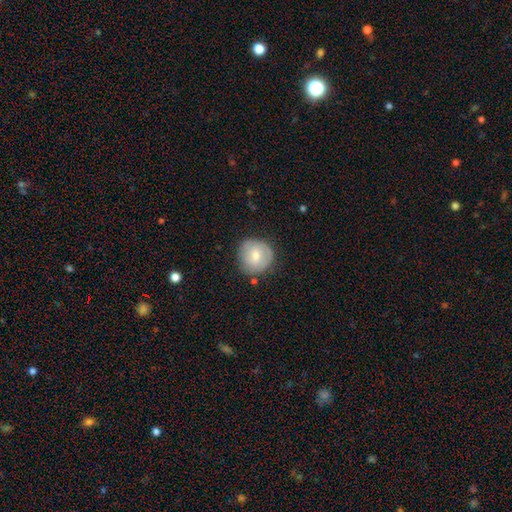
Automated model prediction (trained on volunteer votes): Smooth or featured?
  - smooth: 60% *
  - featured or disk: 32%
  - star or artifact: 7%
How rounded?
  - round: 92% *
  - in between: 8%
  - cigar-shaped: 1%
Merging?
  - none: 75% *
  - minor disturbance: 18%
  - major disturbance: 5%
  - merger: 2%